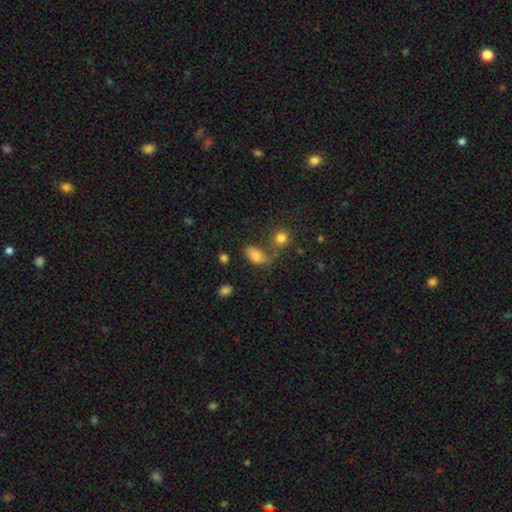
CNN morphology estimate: smooth 78%, featured or disk 12%, star or artifact 10%. Down the decision tree: how rounded — in between (89%); merging — none (45%).